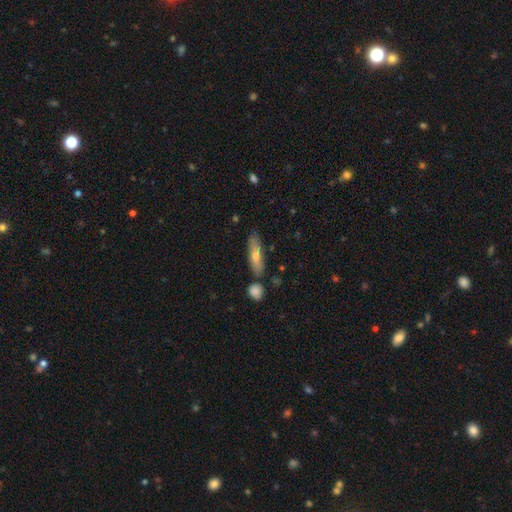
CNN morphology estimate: This is possibly a smooth galaxy (57%). How rounded: likely cigar-shaped (73%). Merging: likely none (76%).